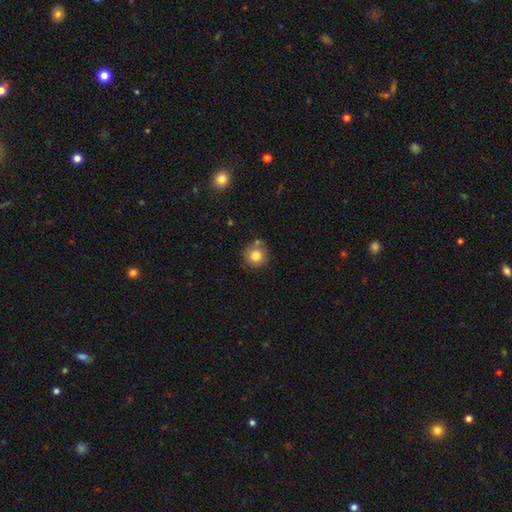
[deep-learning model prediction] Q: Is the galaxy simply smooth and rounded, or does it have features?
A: smooth — 80%.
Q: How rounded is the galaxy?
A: round — 92%.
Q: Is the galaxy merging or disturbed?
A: none — 72%.